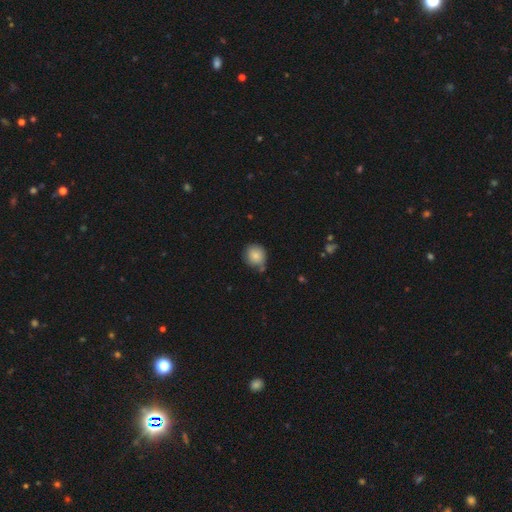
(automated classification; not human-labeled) Q: Smooth or featured?
A: smooth (84%); runner-up: star or artifact (8%)
Q: How rounded?
A: round (86%); runner-up: in between (13%)
Q: Merging?
A: none (70%); runner-up: minor disturbance (20%)